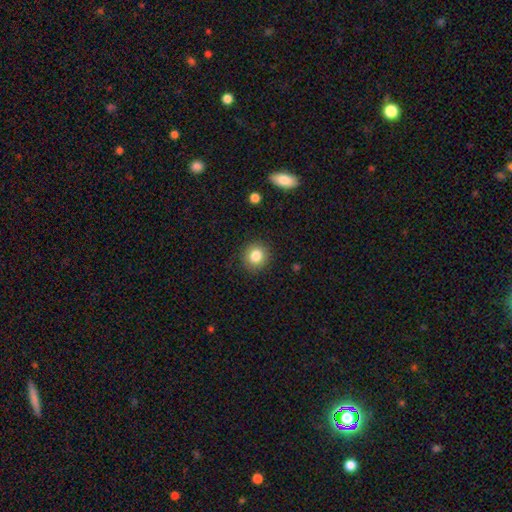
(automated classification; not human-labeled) smooth_or_featured: smooth (p=0.83) [alt: star or artifact p=0.10]
how_rounded: round (p=0.89) [alt: in between p=0.10]
merging: none (p=0.90) [alt: minor disturbance p=0.07]